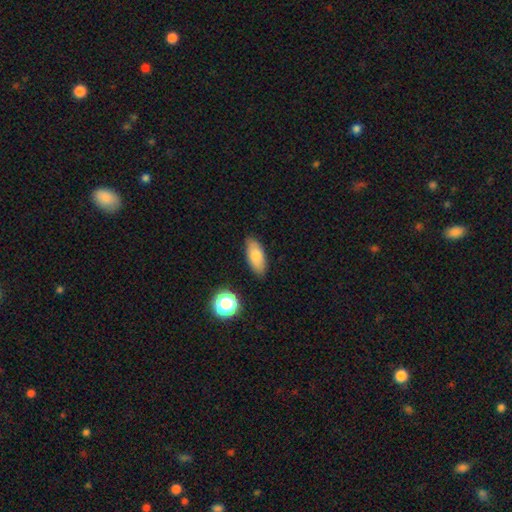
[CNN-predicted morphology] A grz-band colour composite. It shows a smooth galaxy with no disk features (79%) that is in between round and cigar-shaped (83%). Merging: none (82%).